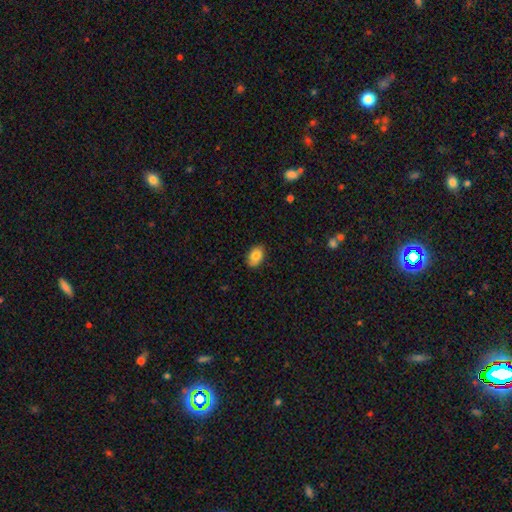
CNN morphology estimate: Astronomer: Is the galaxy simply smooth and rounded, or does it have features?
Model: smooth — 82%.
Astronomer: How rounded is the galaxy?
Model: in between — 87%.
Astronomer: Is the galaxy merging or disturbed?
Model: none — 87%.